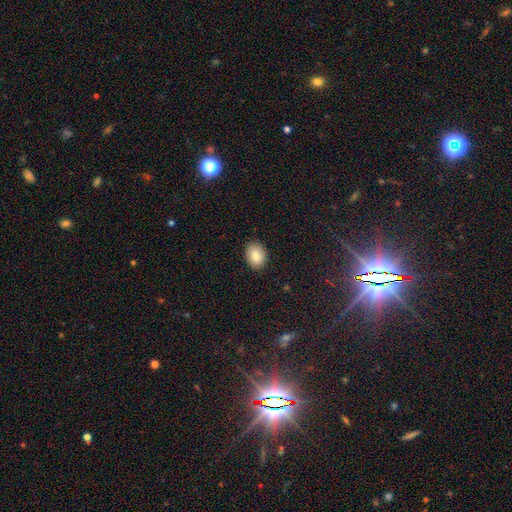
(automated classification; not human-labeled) The model was most divided on "how rounded": in between: 63%, round: 36%, cigar-shaped: 1%. More confident: merging — none (89%); smooth or featured — smooth (83%).